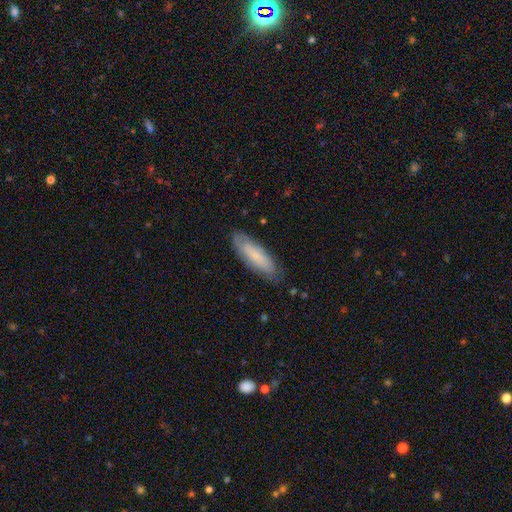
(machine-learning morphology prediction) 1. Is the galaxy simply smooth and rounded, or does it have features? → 70% smooth, 23% featured or disk, 6% star or artifact.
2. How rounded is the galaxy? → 50% in between, 49% cigar-shaped, 2% round.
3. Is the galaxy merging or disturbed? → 81% none, 15% minor disturbance, 3% major disturbance, 1% merger.